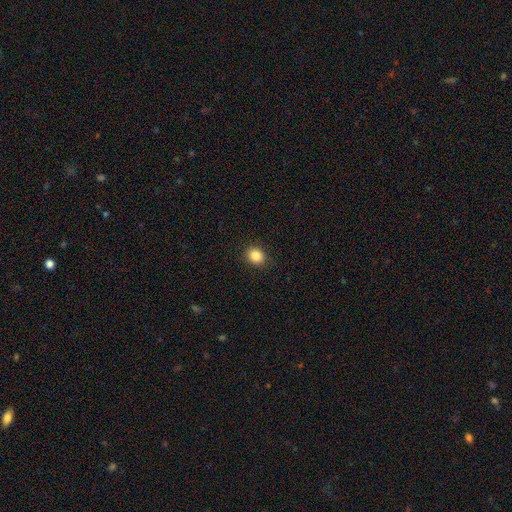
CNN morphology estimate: Smooth or featured? smooth (86%)
How rounded? round (65%)
Merging? none (89%)